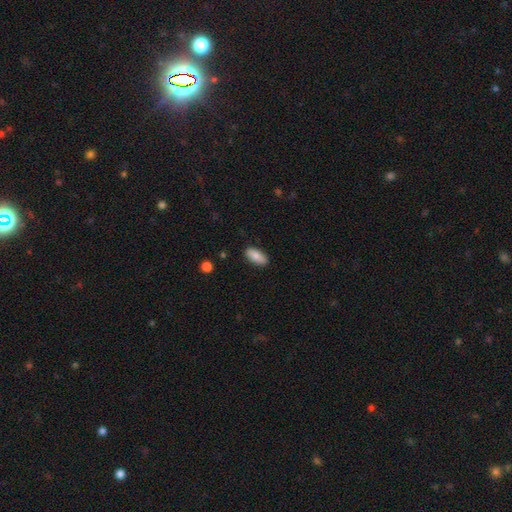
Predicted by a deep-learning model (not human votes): A smooth galaxy with no disk features (80%) that is in between round and cigar-shaped (84%). Merging: none (87%).